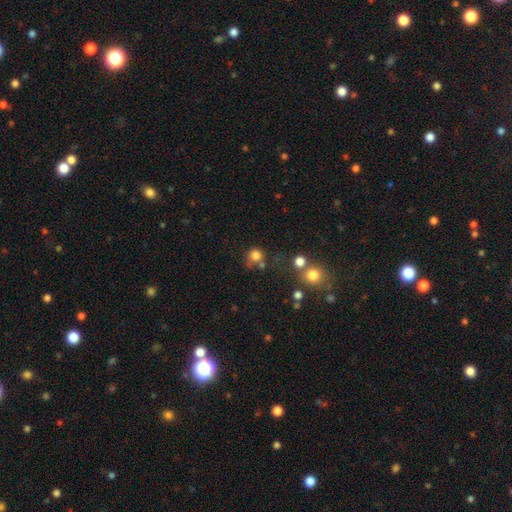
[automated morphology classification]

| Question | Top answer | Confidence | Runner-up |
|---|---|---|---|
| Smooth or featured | smooth | 79% | star or artifact (14%) |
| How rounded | round | 86% | in between (13%) |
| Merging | none | 58% | merger (17%) |